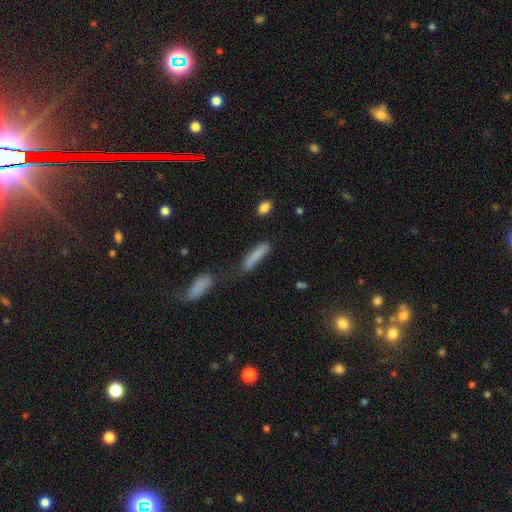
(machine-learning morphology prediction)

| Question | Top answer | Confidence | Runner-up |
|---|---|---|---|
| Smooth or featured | smooth | 79% | featured or disk (12%) |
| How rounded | cigar-shaped | 81% | in between (17%) |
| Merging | none | 54% | minor disturbance (22%) |